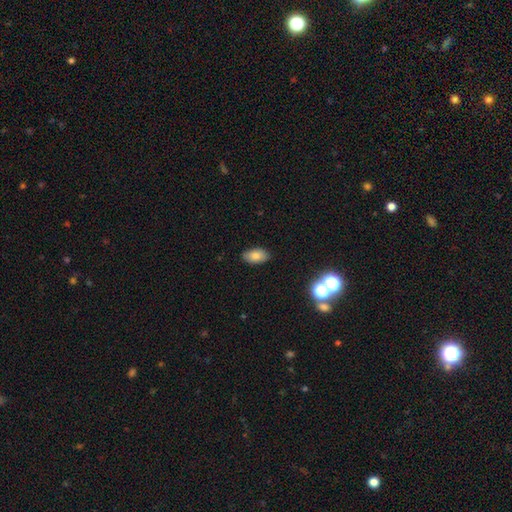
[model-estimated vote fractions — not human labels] Overall: smooth (81%). How rounded: in between (93%). Merging: none (87%).